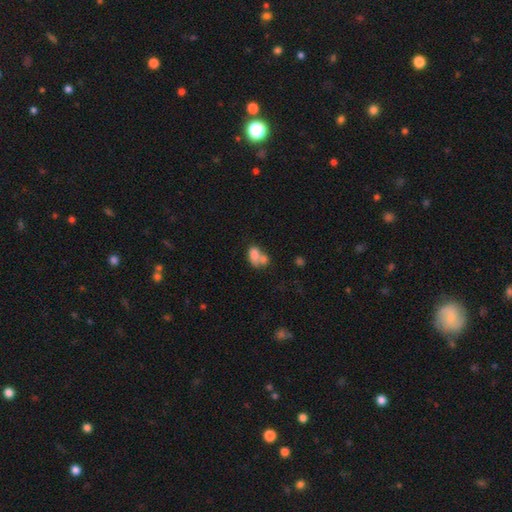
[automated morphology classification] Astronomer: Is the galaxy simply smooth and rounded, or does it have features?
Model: smooth — 76%.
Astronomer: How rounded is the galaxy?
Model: in between — 80%.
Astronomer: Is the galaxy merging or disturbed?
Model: merger — 60%.